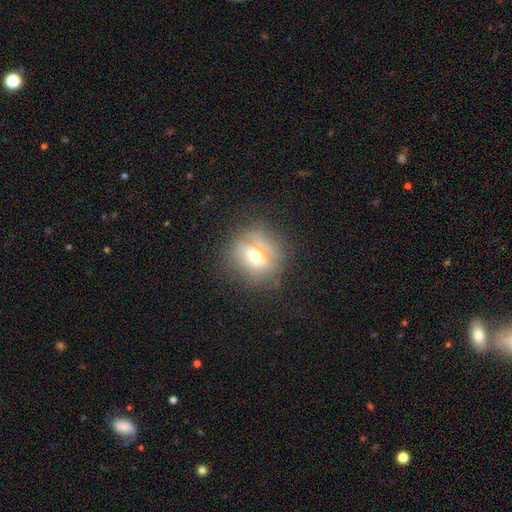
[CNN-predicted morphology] Smooth or featured: smooth — 53% (featured or disk — 33%)
How rounded: round — 74% (in between — 23%)
Merging: none — 71% (minor disturbance — 19%)